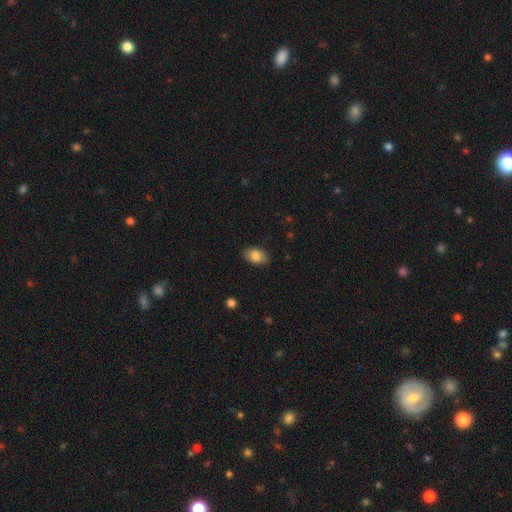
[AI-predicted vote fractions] Morphology: type=smooth (84%); roundness=in between (89%); merging=none (85%).